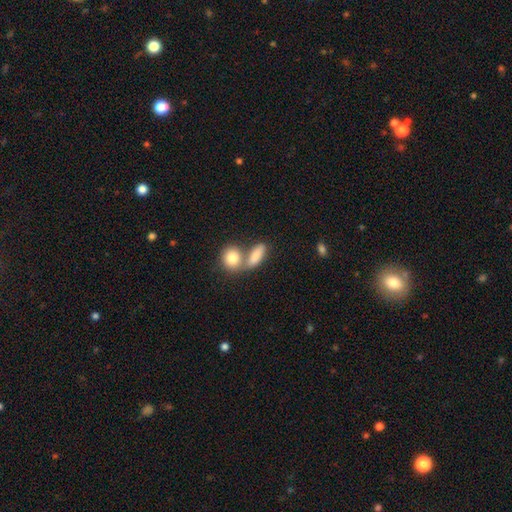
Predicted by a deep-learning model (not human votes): smooth-or-featured: smooth: 84% | featured or disk: 9% | star or artifact: 7%
  how-rounded: in between: 71% | round: 15% | cigar-shaped: 14%
  merging: merger: 47% | none: 38% | minor disturbance: 9% | major disturbance: 5%